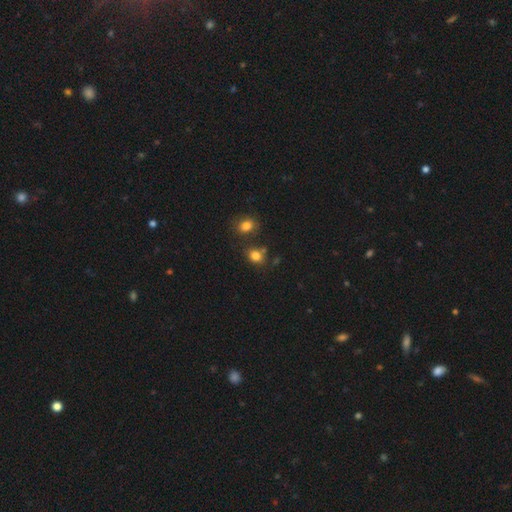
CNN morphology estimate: Smooth or featured? Predicted: smooth (p=0.81). How rounded? Predicted: round (p=0.54). Merging? Predicted: none (p=0.68).